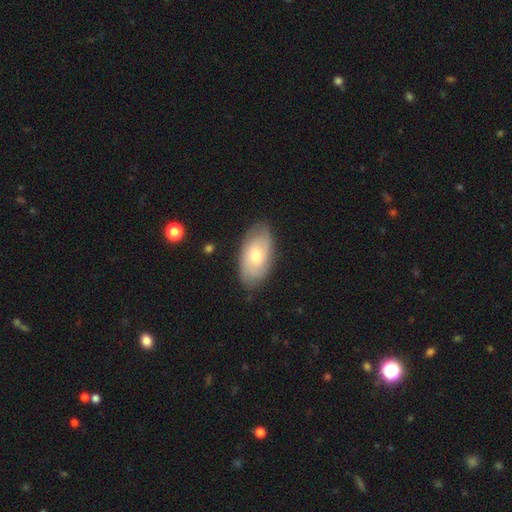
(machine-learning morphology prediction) smooth-or-featured: smooth: 54% | featured or disk: 40% | star or artifact: 6%
  how-rounded: in between: 93% | round: 5% | cigar-shaped: 2%
  merging: none: 80% | minor disturbance: 15% | major disturbance: 3% | merger: 1%